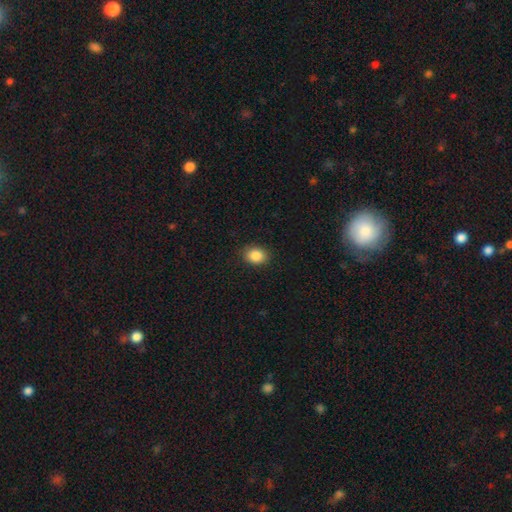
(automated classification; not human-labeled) A smooth galaxy with no disk features (87%) that is in between round and cigar-shaped (55%).

Vote fractions:
- Smooth or featured? smooth: 87% / star or artifact: 9% / featured or disk: 4%
- How rounded? in between: 55% / round: 44% / cigar-shaped: 1%
- Merging? none: 88% / minor disturbance: 8% / major disturbance: 2% / merger: 1%